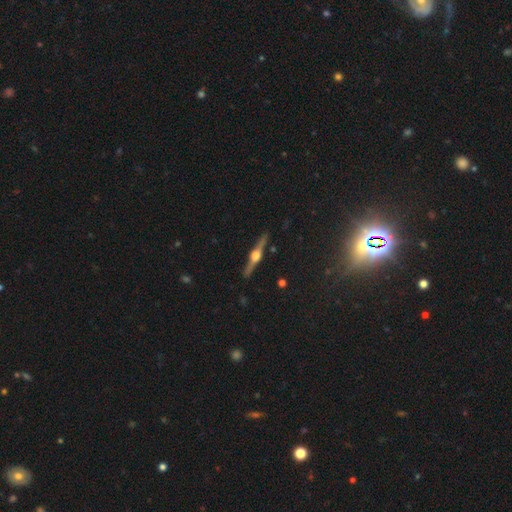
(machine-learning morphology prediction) A featured or disk galaxy (85%) viewed edge-on (98%) with a rounded central bulge (95%). Merging: none (91%).